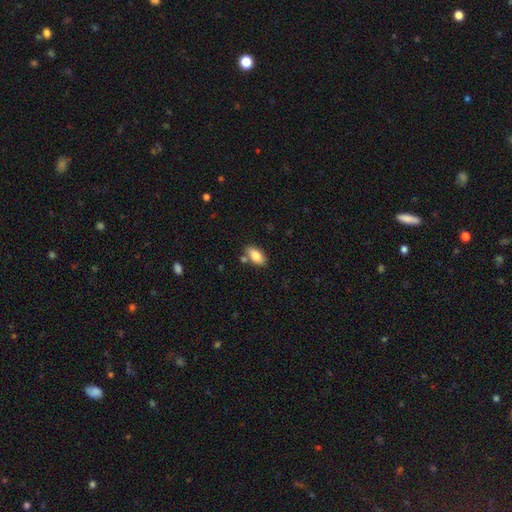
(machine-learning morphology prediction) A smooth galaxy with no disk features (84%) that is in between round and cigar-shaped (91%). Merging: none (73%).